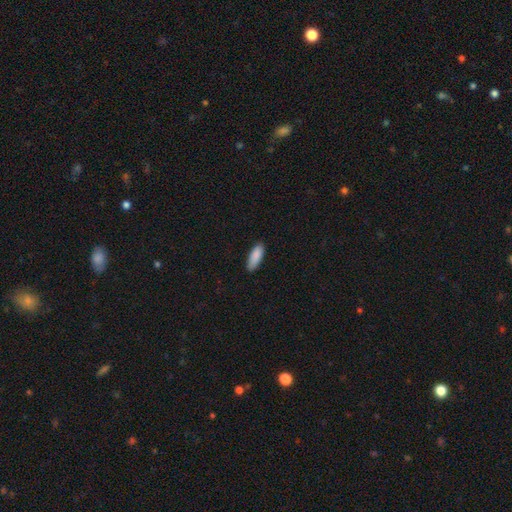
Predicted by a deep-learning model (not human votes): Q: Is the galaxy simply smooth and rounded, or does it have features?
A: smooth — 89%.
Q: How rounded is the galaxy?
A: in between — 65%.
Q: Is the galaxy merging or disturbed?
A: none — 81%.